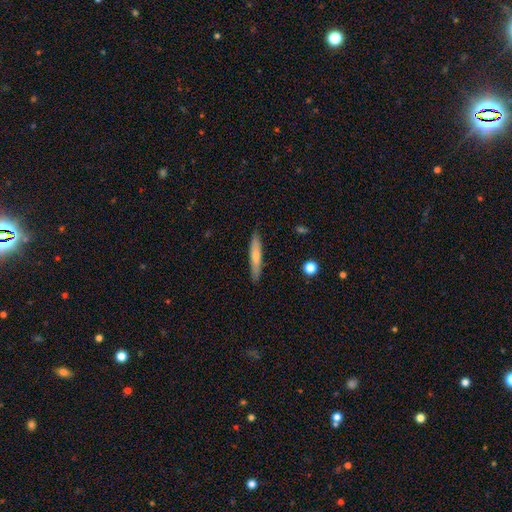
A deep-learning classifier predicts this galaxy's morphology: Q: Smooth or featured?
A: smooth (65%); runner-up: featured or disk (29%)
Q: How rounded?
A: cigar-shaped (90%); runner-up: in between (9%)
Q: Merging?
A: none (87%); runner-up: minor disturbance (10%)